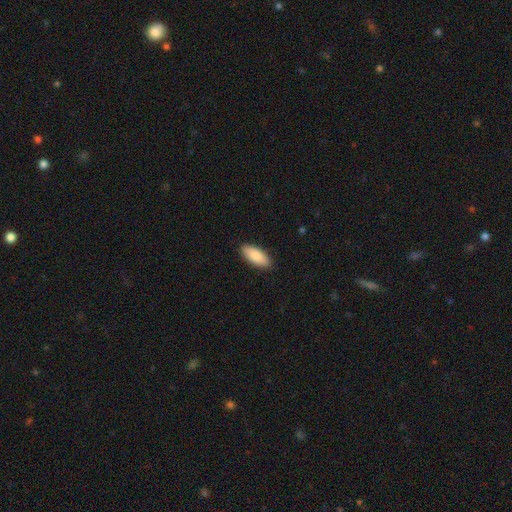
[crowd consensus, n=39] This appears to be a smooth galaxy with no disk features (87%) that is in between round and cigar-shaped (82%). Merging: none (86%).